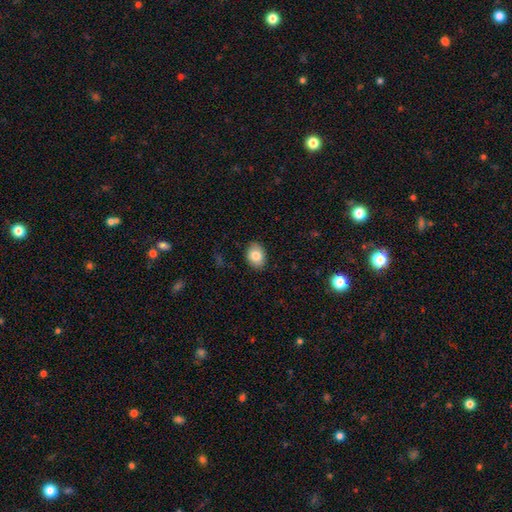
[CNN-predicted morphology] Smooth or featured? smooth (84%)
How rounded? in between (72%)
Merging? none (88%)